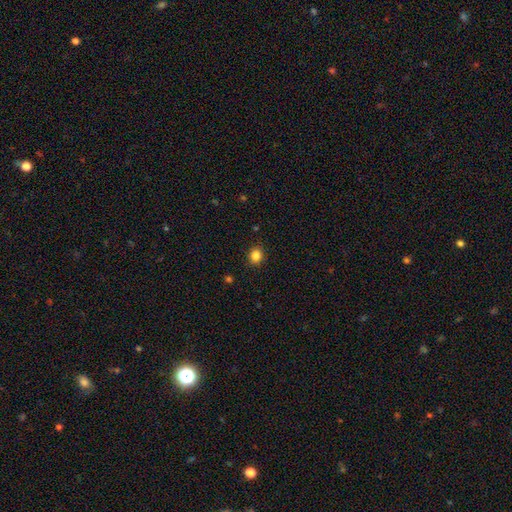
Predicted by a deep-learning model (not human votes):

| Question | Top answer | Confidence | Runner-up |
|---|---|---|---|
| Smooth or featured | smooth | 85% | star or artifact (11%) |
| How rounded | round | 69% | in between (30%) |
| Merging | none | 90% | minor disturbance (7%) |